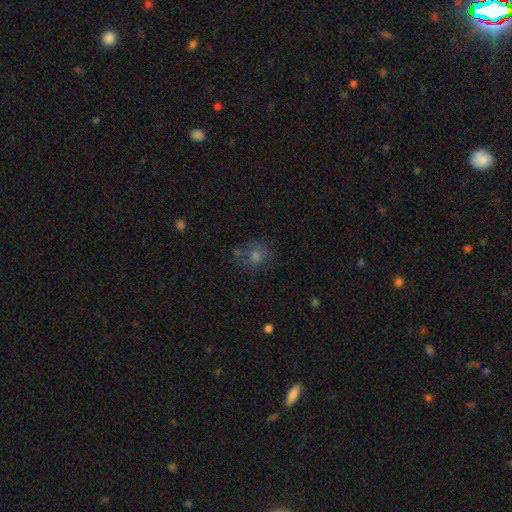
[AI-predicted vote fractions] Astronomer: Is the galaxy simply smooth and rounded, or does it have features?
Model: smooth — 61%.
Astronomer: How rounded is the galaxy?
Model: round — 74%.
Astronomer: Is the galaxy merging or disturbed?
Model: none — 65%.